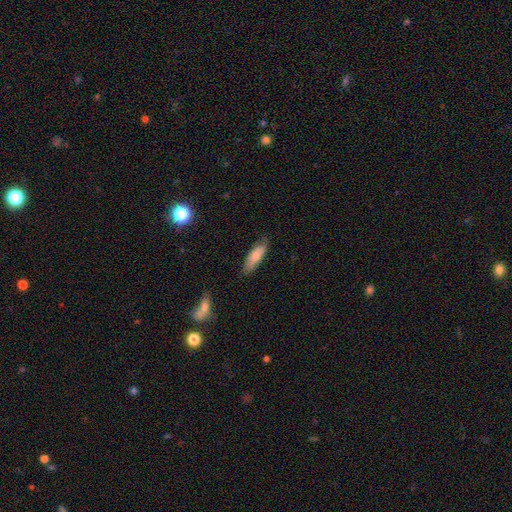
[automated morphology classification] Smooth or featured? smooth (75%)
How rounded? in between (54%)
Merging? none (79%)